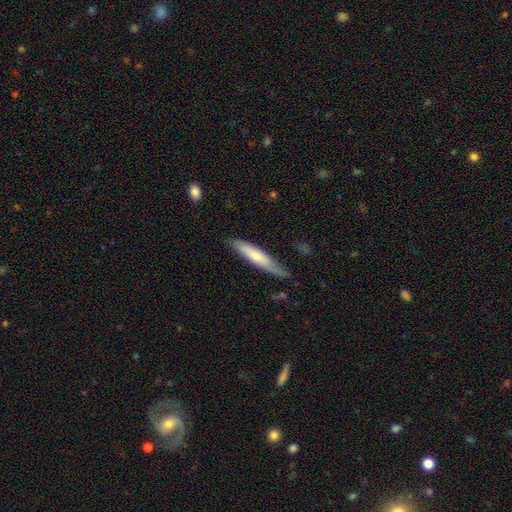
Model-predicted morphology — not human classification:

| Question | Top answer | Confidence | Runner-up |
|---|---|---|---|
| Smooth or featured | smooth | 61% | featured or disk (34%) |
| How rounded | cigar-shaped | 88% | in between (11%) |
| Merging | none | 74% | minor disturbance (21%) |